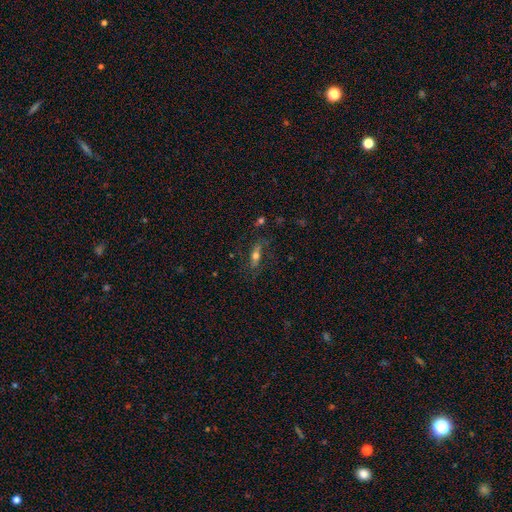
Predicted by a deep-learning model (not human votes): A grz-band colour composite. It shows a smooth galaxy with no disk features (56%) that is in between round and cigar-shaped (59%). Merging: none (68%).